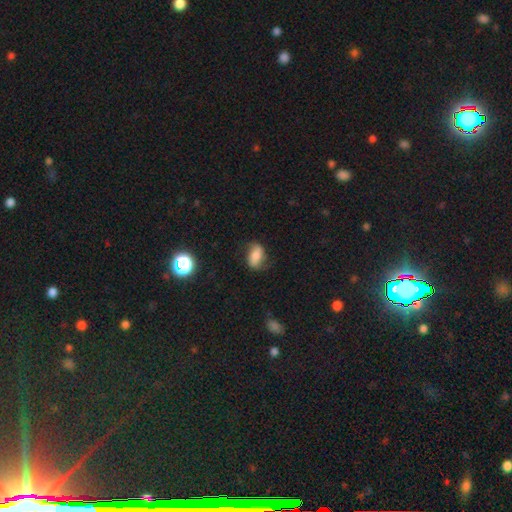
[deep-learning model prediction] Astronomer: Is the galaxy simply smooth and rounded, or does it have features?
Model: smooth — 63%.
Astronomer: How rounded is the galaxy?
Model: in between — 85%.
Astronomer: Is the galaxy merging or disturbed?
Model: none — 64%.